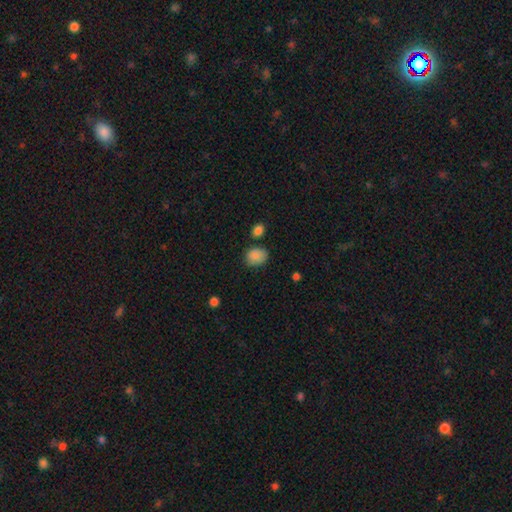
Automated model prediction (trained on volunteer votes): Smooth or featured? Predicted: smooth (p=0.87). How rounded? Predicted: round (p=0.54). Merging? Predicted: none (p=0.72).